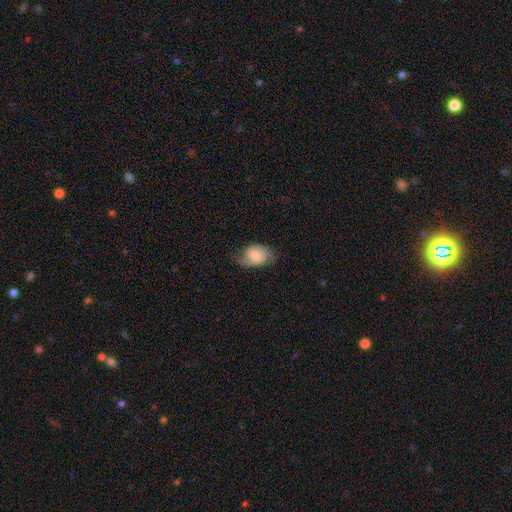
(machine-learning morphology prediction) type=smooth (54%); roundness=in between (80%); merging=none (56%).